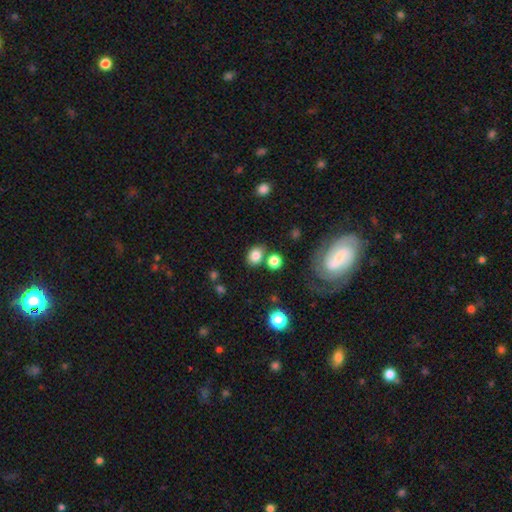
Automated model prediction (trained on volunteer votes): Smooth or featured? Predicted: smooth (p=0.82). How rounded? Predicted: in between (p=0.54). Merging? Predicted: none (p=0.73).